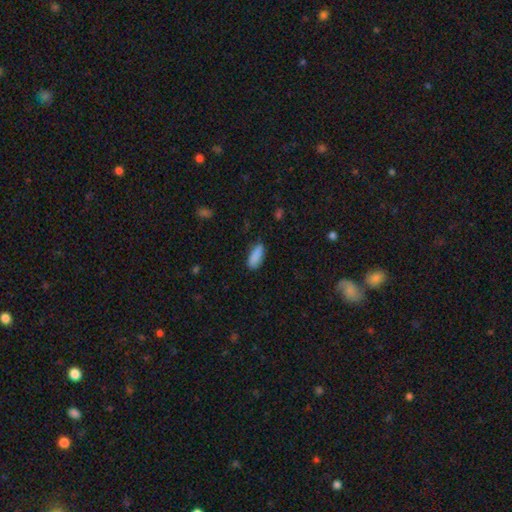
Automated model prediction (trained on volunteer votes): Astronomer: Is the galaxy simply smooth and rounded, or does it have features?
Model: smooth — 88%.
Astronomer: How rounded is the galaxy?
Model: in between — 74%.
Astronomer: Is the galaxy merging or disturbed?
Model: none — 75%.